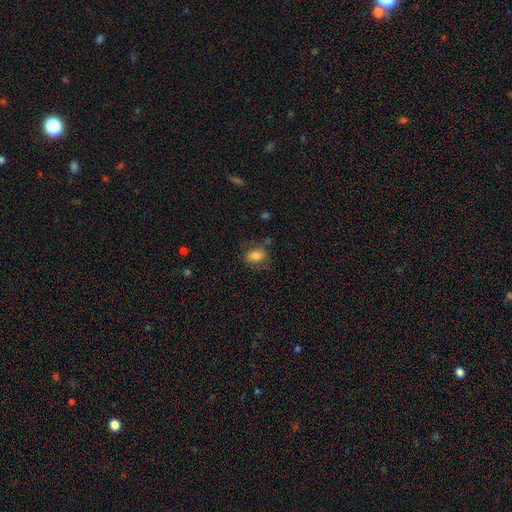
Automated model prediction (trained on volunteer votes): Overall: smooth (74%). How rounded: in between (77%). Merging: none (65%).